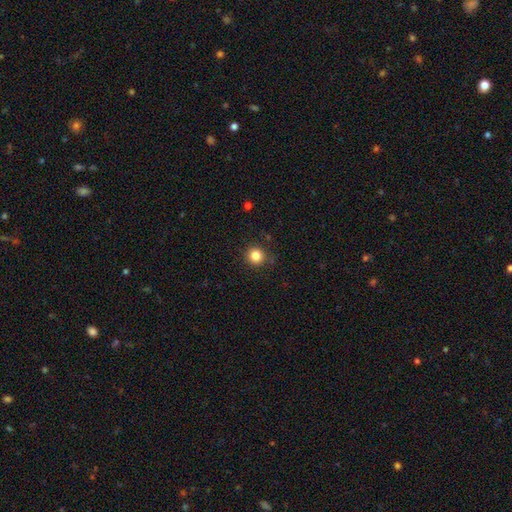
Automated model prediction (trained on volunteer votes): Smooth or featured? smooth (83%)
How rounded? round (94%)
Merging? none (88%)